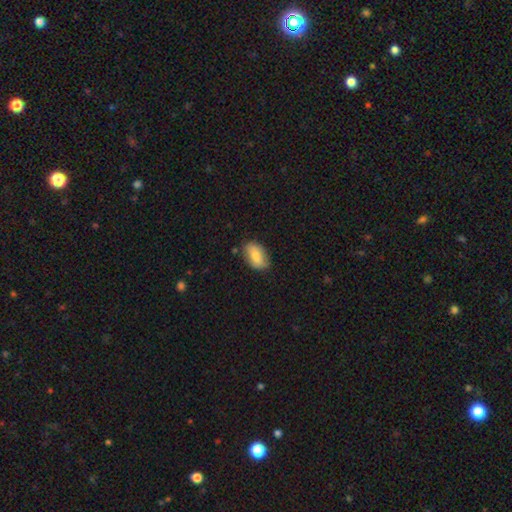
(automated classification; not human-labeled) Smooth or featured? smooth (80%)
How rounded? in between (91%)
Merging? none (78%)